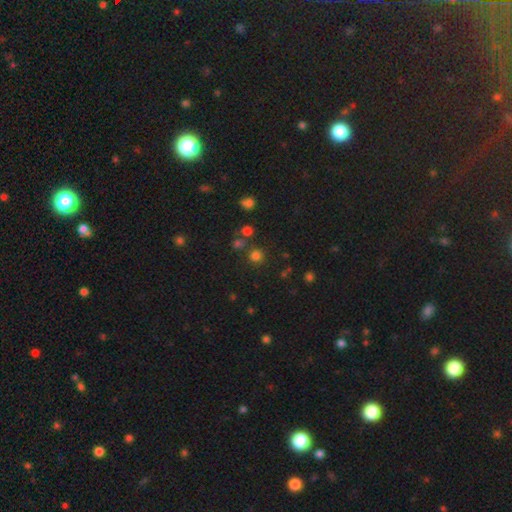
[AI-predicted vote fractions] Smooth or featured? smooth (74%)
How rounded? round (92%)
Merging? none (79%)